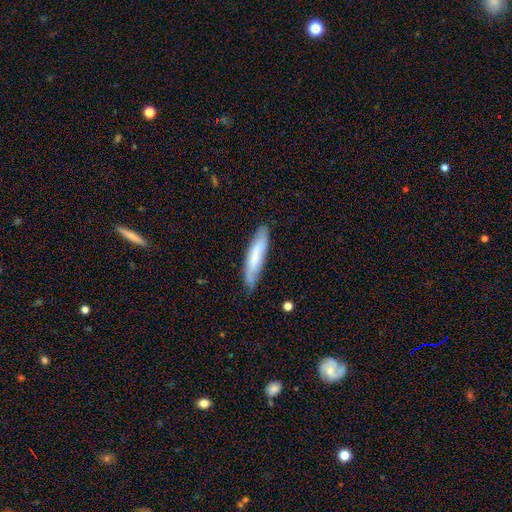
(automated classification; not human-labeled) A smooth galaxy with no disk features (67%) that is cigar-shaped (80%). Merging: none (75%).